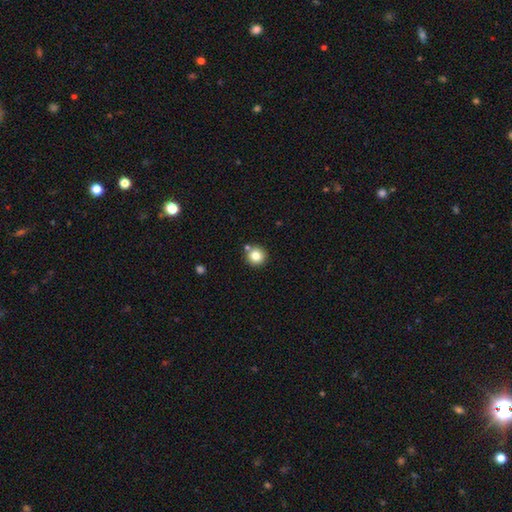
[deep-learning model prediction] A smooth galaxy with no disk features (81%) that is round (95%). Merging: none (82%).